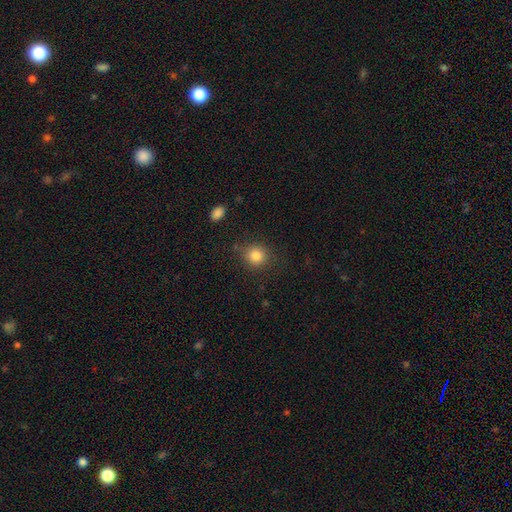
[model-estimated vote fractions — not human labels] Smooth or featured? smooth (84%)
How rounded? round (84%)
Merging? none (82%)